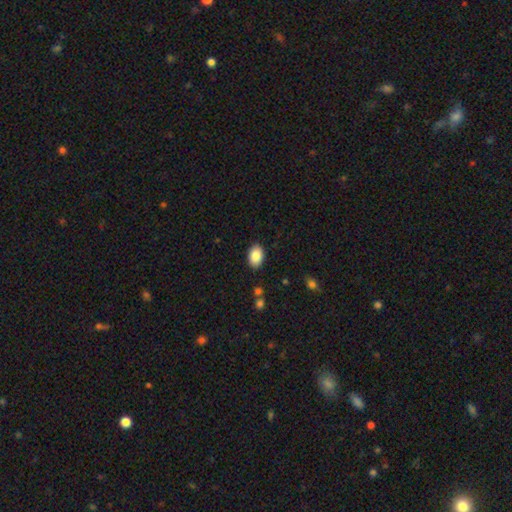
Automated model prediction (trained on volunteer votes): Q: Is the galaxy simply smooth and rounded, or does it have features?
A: smooth — 88%.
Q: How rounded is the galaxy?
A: in between — 88%.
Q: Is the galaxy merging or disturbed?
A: none — 88%.